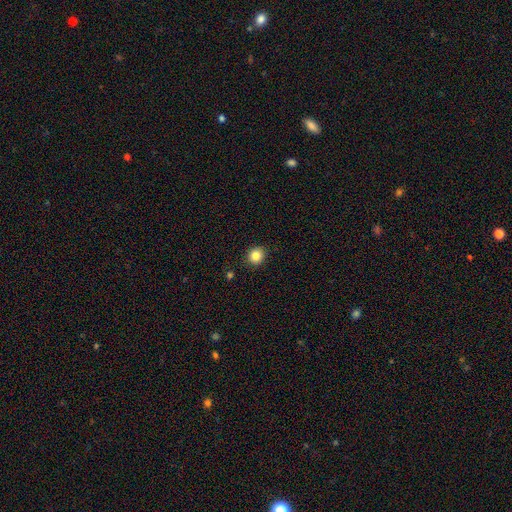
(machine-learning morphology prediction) Smooth or featured: smooth — 85% (star or artifact — 10%)
How rounded: round — 83% (in between — 16%)
Merging: none — 90% (minor disturbance — 7%)